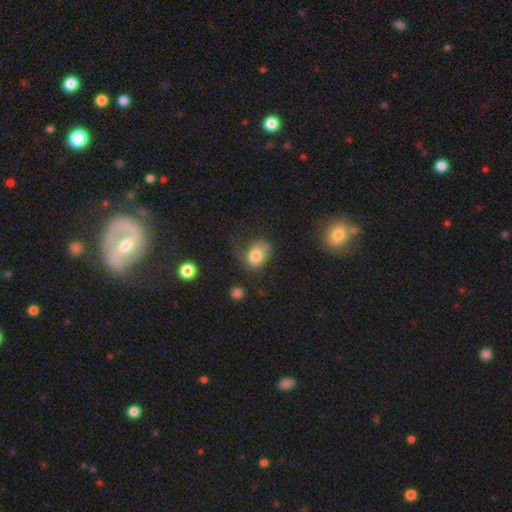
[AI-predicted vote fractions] A smooth galaxy with no disk features (78%) that is in between round and cigar-shaped (63%). Merging: none (38%).